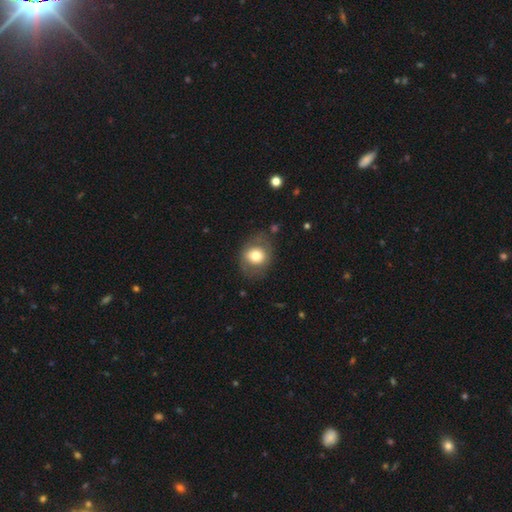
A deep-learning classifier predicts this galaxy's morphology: type=smooth (70%); roundness=round (60%); merging=none (73%).